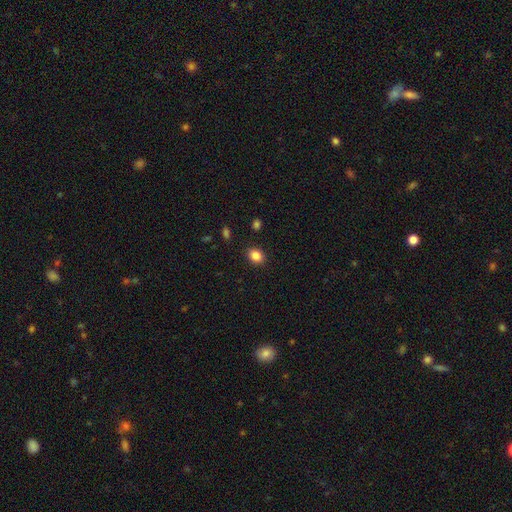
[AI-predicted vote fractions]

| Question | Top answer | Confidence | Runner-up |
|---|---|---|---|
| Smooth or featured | smooth | 85% | star or artifact (10%) |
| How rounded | in between | 57% | round (42%) |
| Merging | none | 89% | minor disturbance (8%) |